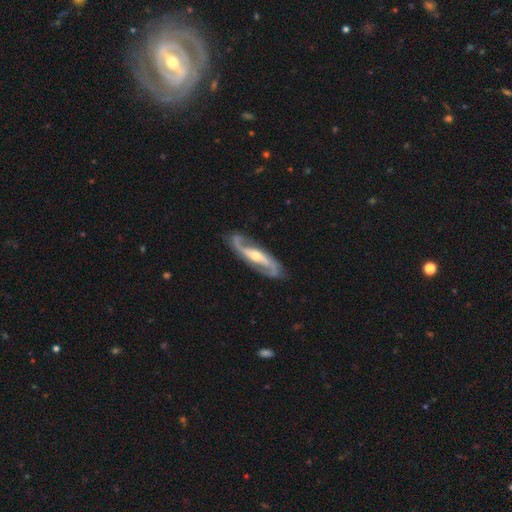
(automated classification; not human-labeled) The model was most divided on "bar": strong: 40%, weak: 32%, no: 28%. Remaining: spiral arms — yes (97%); spiral arm count — 2 (93%); smooth or featured — featured or disk (91%); edge-on disk — no (90%); merging — none (82%); bulge size — moderate (60%); spiral winding — medium (49%).